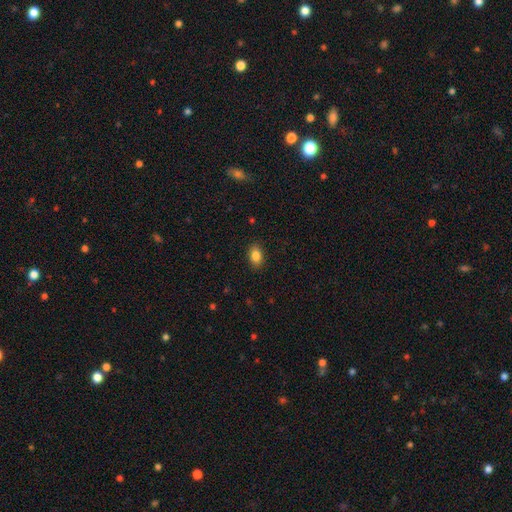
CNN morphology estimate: Smooth or featured?
  - smooth: 85% *
  - star or artifact: 9%
  - featured or disk: 7%
How rounded?
  - in between: 86% *
  - round: 12%
  - cigar-shaped: 2%
Merging?
  - none: 88% *
  - minor disturbance: 9%
  - major disturbance: 2%
  - merger: 1%